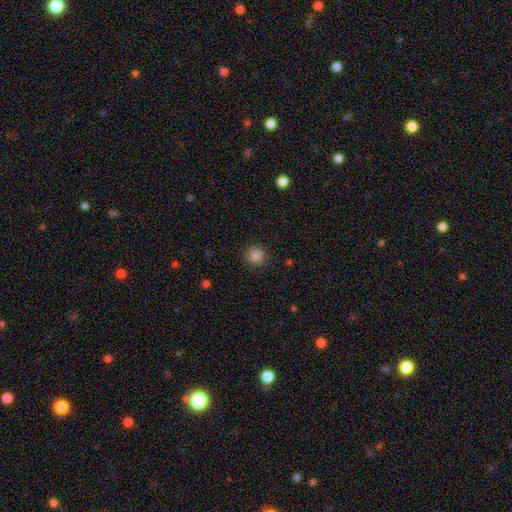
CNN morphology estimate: type=smooth (85%); roundness=round (93%); merging=none (90%).